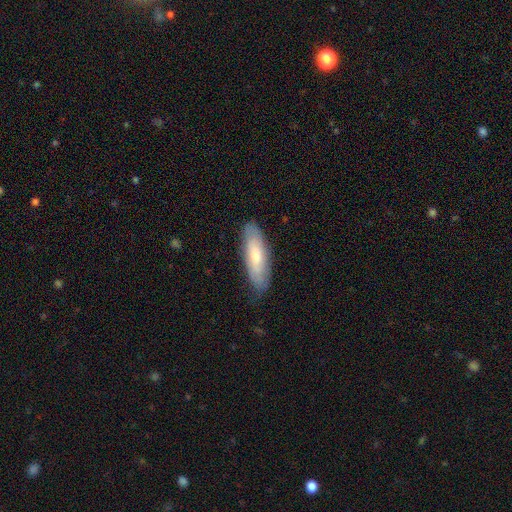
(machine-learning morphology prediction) Smooth or featured: smooth — 62% (featured or disk — 32%)
How rounded: in between — 56% (cigar-shaped — 42%)
Merging: none — 79% (minor disturbance — 17%)